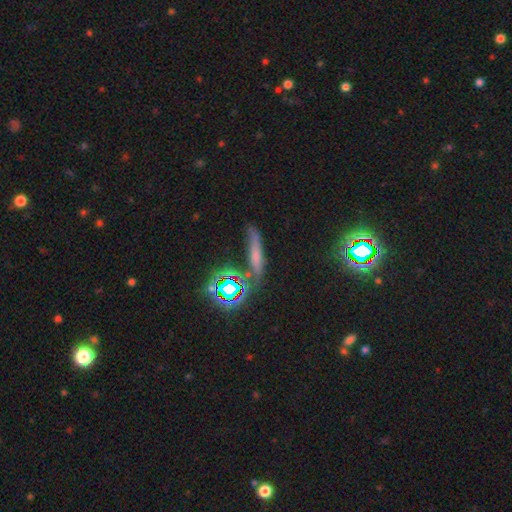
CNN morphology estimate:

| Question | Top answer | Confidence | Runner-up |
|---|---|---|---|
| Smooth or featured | smooth | 49% | star or artifact (29%) |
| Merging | none | 67% | minor disturbance (17%) |